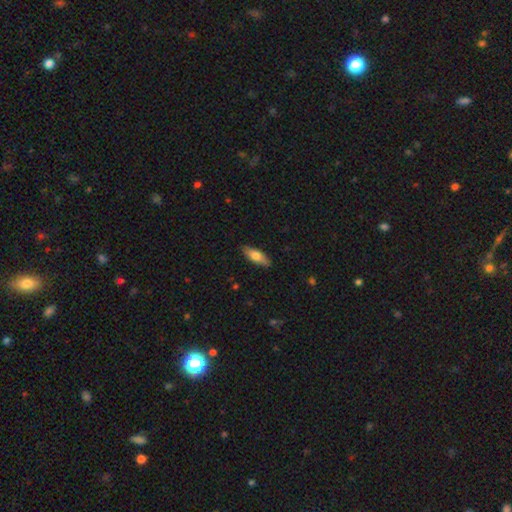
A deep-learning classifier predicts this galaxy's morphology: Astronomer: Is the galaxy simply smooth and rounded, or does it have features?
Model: smooth — 72%.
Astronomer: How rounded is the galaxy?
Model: in between — 65%.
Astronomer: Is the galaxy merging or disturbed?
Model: none — 86%.